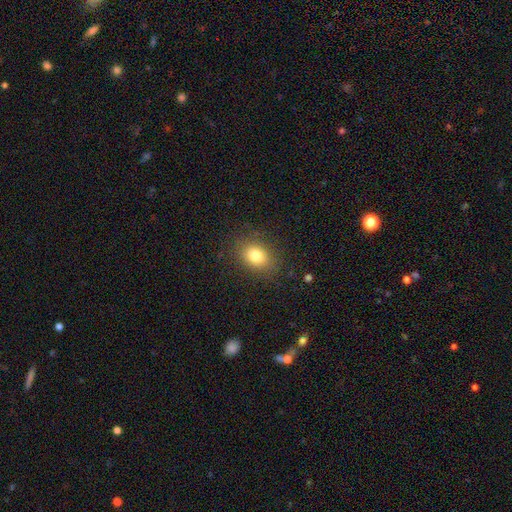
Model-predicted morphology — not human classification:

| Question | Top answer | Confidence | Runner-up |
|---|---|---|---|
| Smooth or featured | smooth | 81% | star or artifact (11%) |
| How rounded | in between | 66% | round (33%) |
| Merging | none | 85% | minor disturbance (10%) |